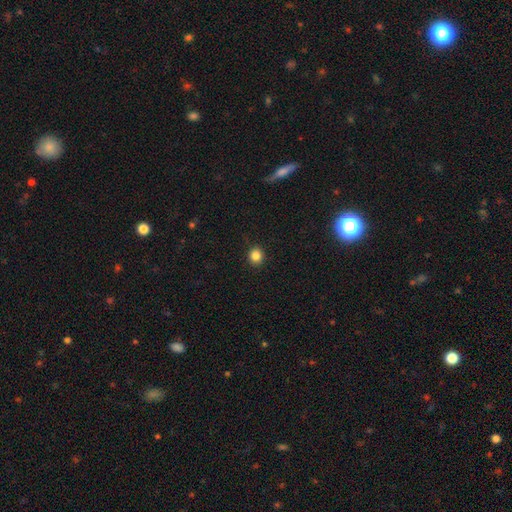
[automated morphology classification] smooth 84%, star or artifact 12%, featured or disk 4%. Down the decision tree: how rounded — round (88%); merging — none (91%).